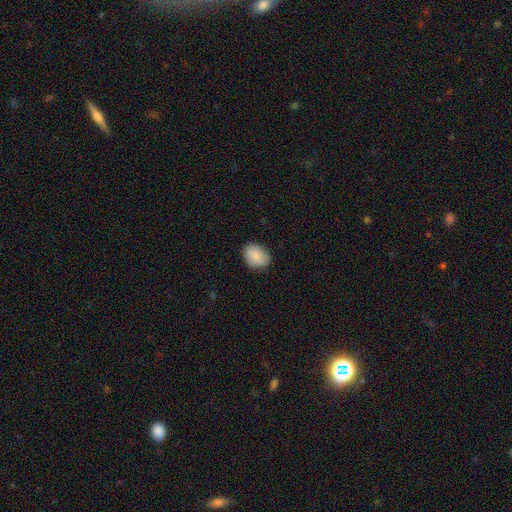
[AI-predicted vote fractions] smooth 87%, star or artifact 7%, featured or disk 6%. Down the decision tree: how rounded — in between (65%); merging — none (83%).